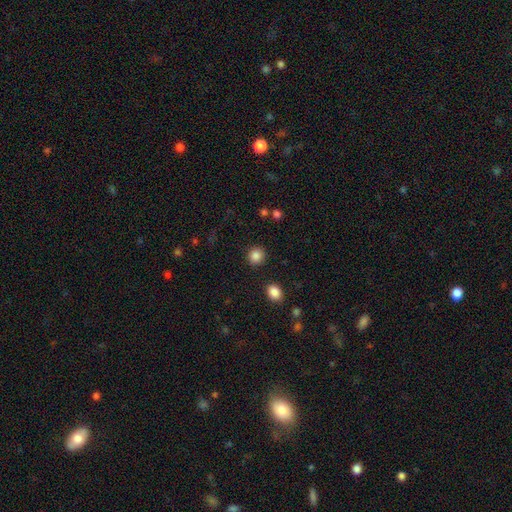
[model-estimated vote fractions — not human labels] Overall: smooth (86%). How rounded: round (89%). Merging: none (90%).